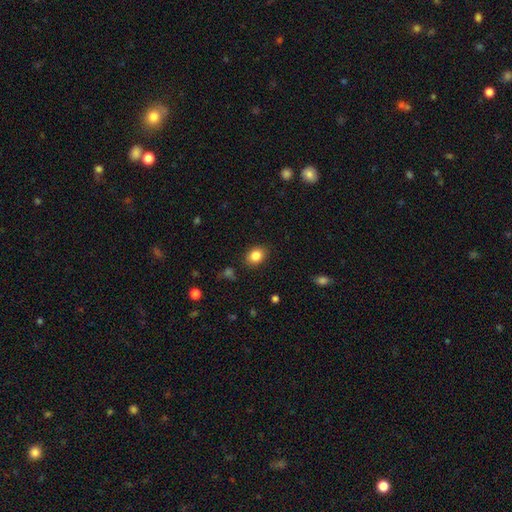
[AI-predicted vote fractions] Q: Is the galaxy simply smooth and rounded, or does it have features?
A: smooth — 85%.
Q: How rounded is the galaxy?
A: in between — 58%.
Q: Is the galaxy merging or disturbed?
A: none — 86%.